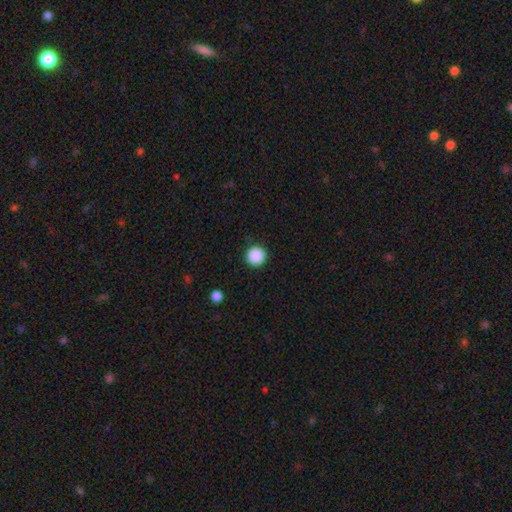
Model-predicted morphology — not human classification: Overall: smooth (89%). How rounded: round (96%). Merging: none (92%).